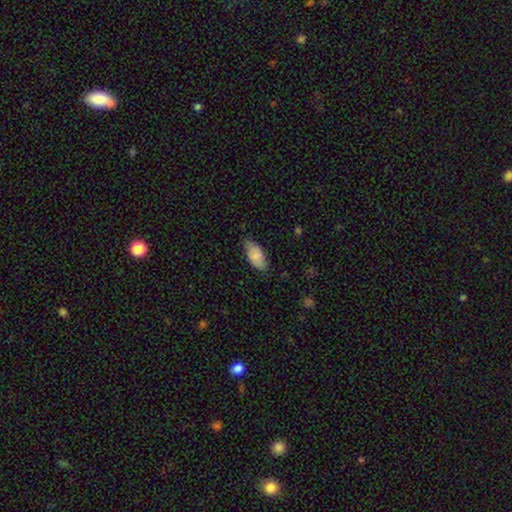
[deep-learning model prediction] Smooth or featured?
  - smooth: 83% *
  - featured or disk: 11%
  - star or artifact: 6%
How rounded?
  - in between: 92% *
  - cigar-shaped: 5%
  - round: 2%
Merging?
  - none: 71% *
  - minor disturbance: 24%
  - major disturbance: 4%
  - merger: 1%